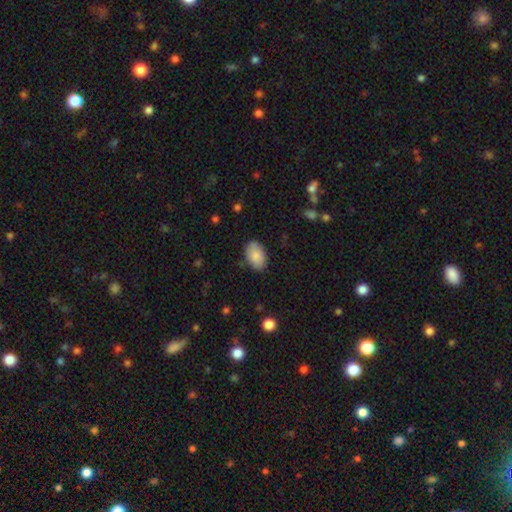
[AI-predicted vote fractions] smooth-or-featured: smooth: 86% | featured or disk: 8% | star or artifact: 6%
  how-rounded: in between: 92% | round: 7% | cigar-shaped: 1%
  merging: none: 84% | minor disturbance: 12% | major disturbance: 3% | merger: 1%